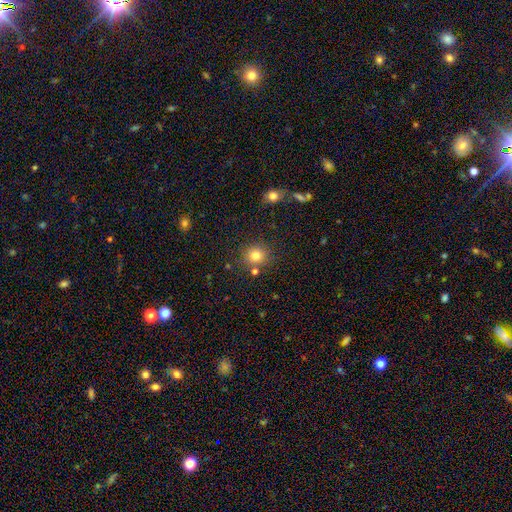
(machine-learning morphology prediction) smooth_or_featured: smooth (p=0.80) [alt: star or artifact p=0.13]
how_rounded: round (p=0.87) [alt: in between p=0.12]
merging: none (p=0.80) [alt: minor disturbance p=0.09]